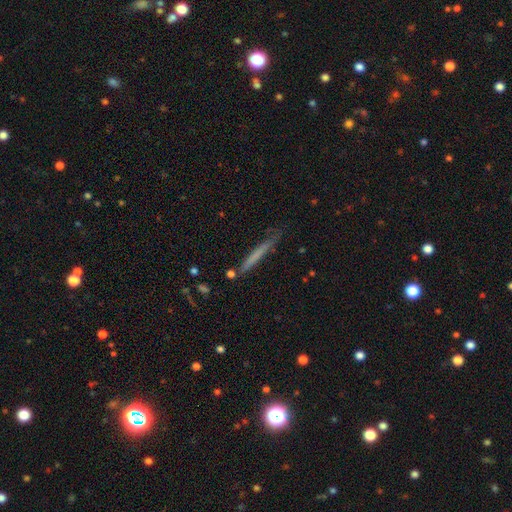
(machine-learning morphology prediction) This is possibly a smooth galaxy (60%). How rounded: clearly cigar-shaped (96%). Merging: likely none (74%).